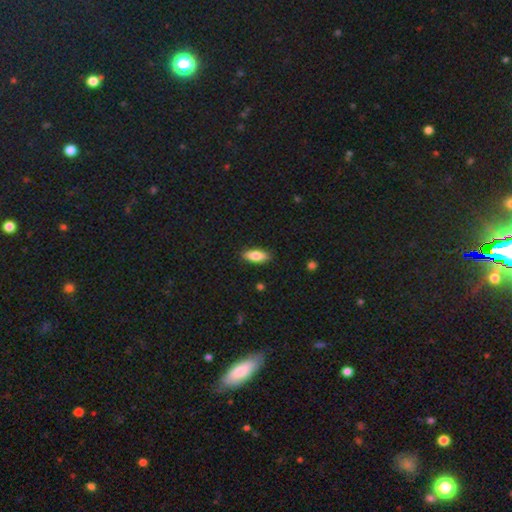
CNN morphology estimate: A smooth galaxy with no disk features (79%) that is in between round and cigar-shaped (72%).

Vote fractions:
- Smooth or featured? smooth: 79% / featured or disk: 15% / star or artifact: 6%
- How rounded? in between: 72% / cigar-shaped: 25% / round: 2%
- Merging? none: 88% / minor disturbance: 9% / major disturbance: 2% / merger: 1%